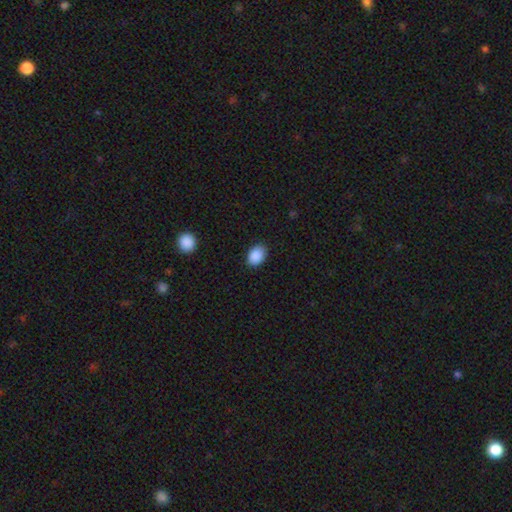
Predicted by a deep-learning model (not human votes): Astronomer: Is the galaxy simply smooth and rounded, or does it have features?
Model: smooth — 90%.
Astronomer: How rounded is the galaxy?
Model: in between — 79%.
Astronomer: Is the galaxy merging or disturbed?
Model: none — 87%.